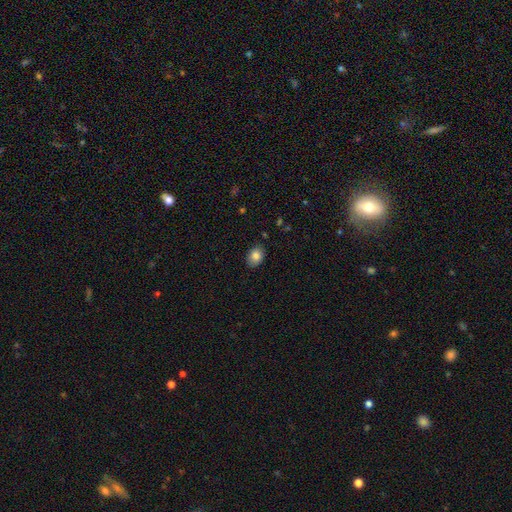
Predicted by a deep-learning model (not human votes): A smooth galaxy with no disk features (85%) that is in between round and cigar-shaped (72%).

Vote fractions:
- Smooth or featured? smooth: 85% / star or artifact: 8% / featured or disk: 7%
- How rounded? in between: 72% / round: 27% / cigar-shaped: 1%
- Merging? none: 85% / minor disturbance: 12% / major disturbance: 2% / merger: 1%